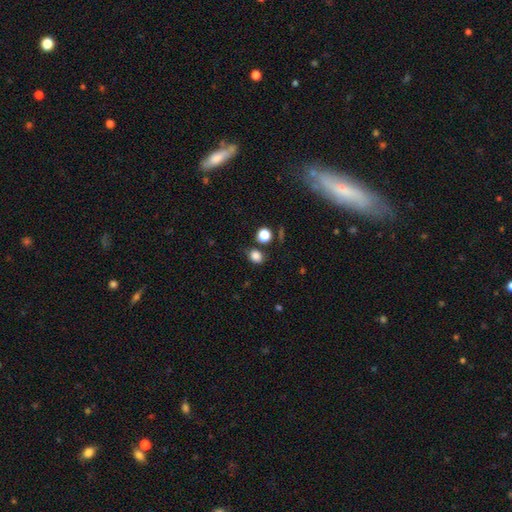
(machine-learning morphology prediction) Smooth or featured?
  - smooth: 83% *
  - star or artifact: 12%
  - featured or disk: 4%
How rounded?
  - round: 58% *
  - in between: 41%
  - cigar-shaped: 1%
Merging?
  - none: 73% *
  - minor disturbance: 14%
  - merger: 8%
  - major disturbance: 4%